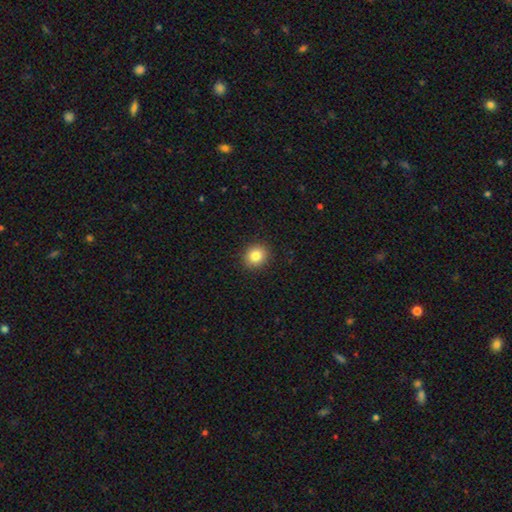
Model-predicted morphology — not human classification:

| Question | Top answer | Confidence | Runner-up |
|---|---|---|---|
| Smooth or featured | smooth | 83% | star or artifact (10%) |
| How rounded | round | 80% | in between (19%) |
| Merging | none | 91% | minor disturbance (6%) |